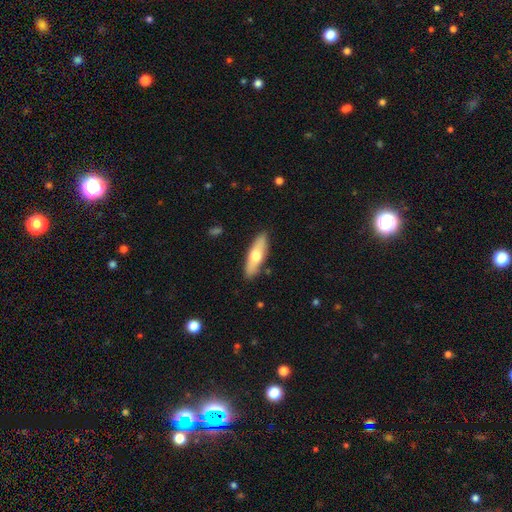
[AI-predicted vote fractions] Smooth or featured?
  - smooth: 59% *
  - featured or disk: 36%
  - star or artifact: 5%
How rounded?
  - cigar-shaped: 49% * (tied)
  - in between: 49% * (tied)
  - round: 2%
Merging?
  - none: 87% *
  - minor disturbance: 9%
  - major disturbance: 2%
  - merger: 2%